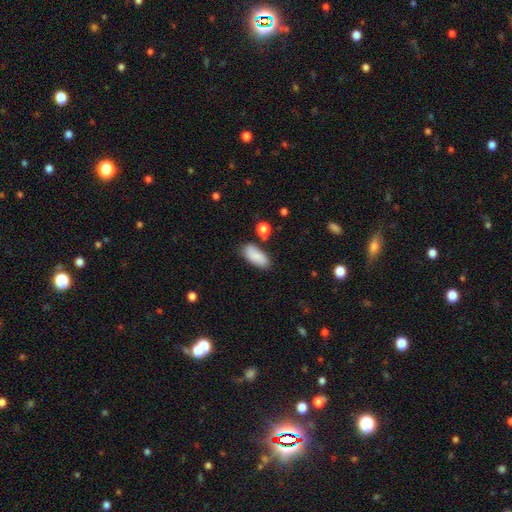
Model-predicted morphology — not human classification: Smooth or featured?
  - smooth: 85% *
  - featured or disk: 8%
  - star or artifact: 7%
How rounded?
  - in between: 88% *
  - cigar-shaped: 9%
  - round: 3%
Merging?
  - none: 75% *
  - minor disturbance: 15%
  - merger: 7%
  - major disturbance: 4%